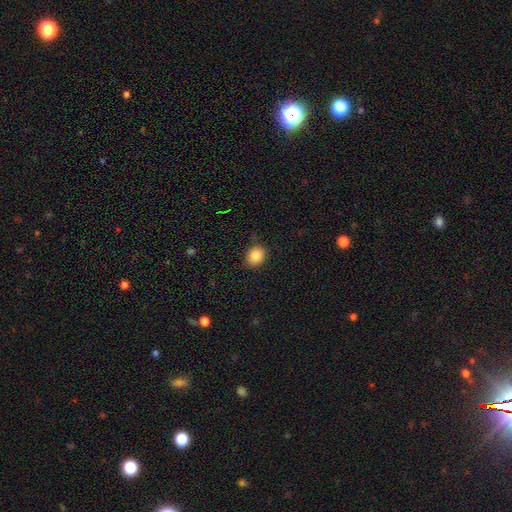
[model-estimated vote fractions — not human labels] This is clearly a smooth galaxy (84%). How rounded: possibly round (59%). Merging: clearly none (83%).